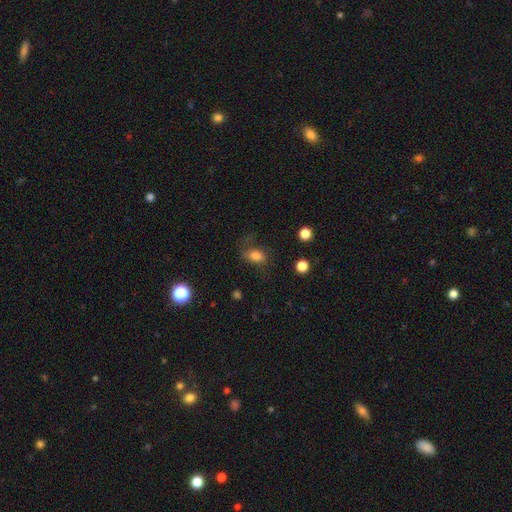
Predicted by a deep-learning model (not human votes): Smooth or featured?
  - smooth: 78% *
  - star or artifact: 11%
  - featured or disk: 11%
How rounded?
  - in between: 82% *
  - round: 16%
  - cigar-shaped: 3%
Merging?
  - none: 58% *
  - minor disturbance: 22%
  - major disturbance: 18%
  - merger: 2%